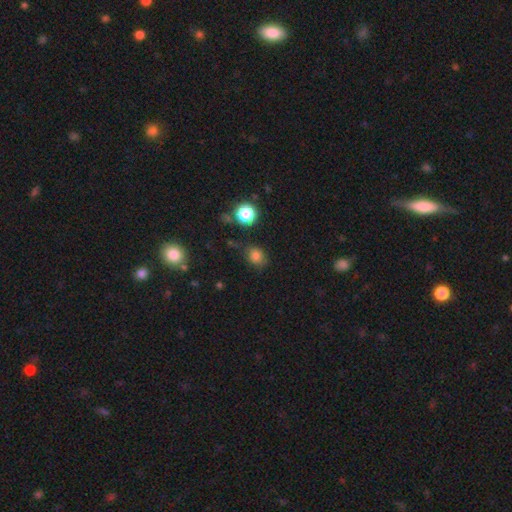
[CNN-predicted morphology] This appears to be a smooth galaxy with no disk features (76%) that is round (55%). Merging: none (73%).